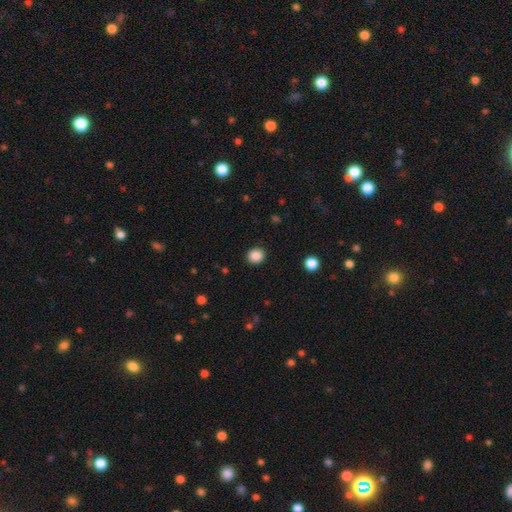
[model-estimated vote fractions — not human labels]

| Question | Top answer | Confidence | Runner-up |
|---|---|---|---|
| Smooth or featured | smooth | 87% | star or artifact (10%) |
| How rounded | round | 83% | in between (16%) |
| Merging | none | 91% | minor disturbance (6%) |